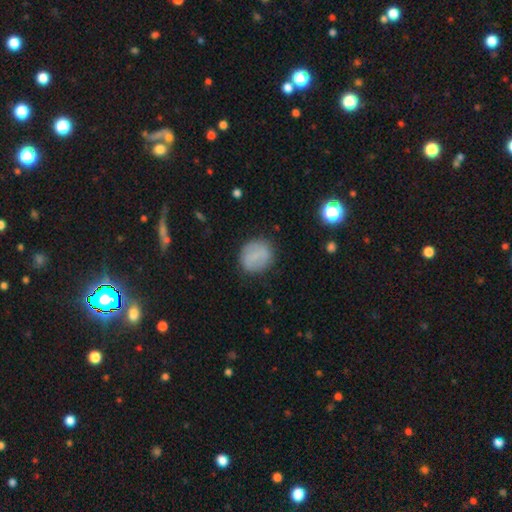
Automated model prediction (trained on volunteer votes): Overall: smooth (71%). How rounded: round (78%). Merging: none (82%).